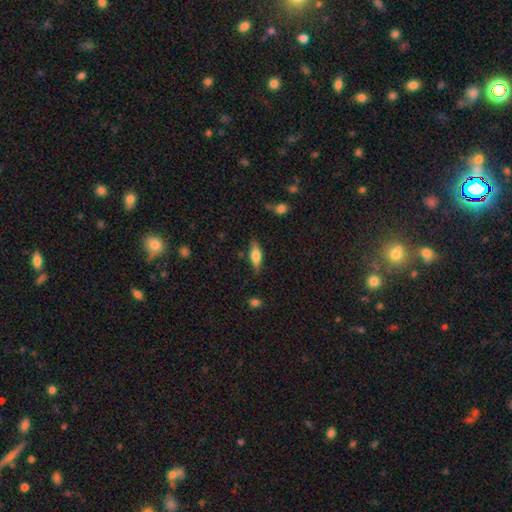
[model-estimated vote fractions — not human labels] This is likely a smooth galaxy (65%). How rounded: possibly in between (57%). Merging: clearly none (81%).